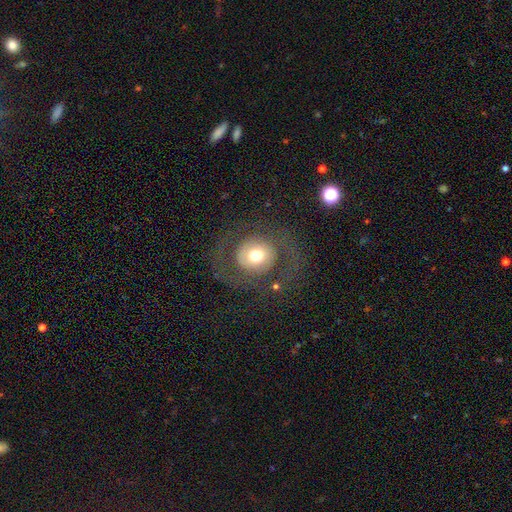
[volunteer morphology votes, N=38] smooth_or_featured: featured or disk (p=0.47) [alt: smooth p=0.42]
disk_edge_on: no (p=0.94) [alt: yes p=0.06]
bar: no (p=0.88) [alt: strong p=0.12]
has_spiral_arms: no (p=0.71) [alt: yes p=0.29]
bulge_size: moderate (p=0.53) [alt: large p=0.41]
merging: none (p=0.76) [alt: minor disturbance p=0.15]